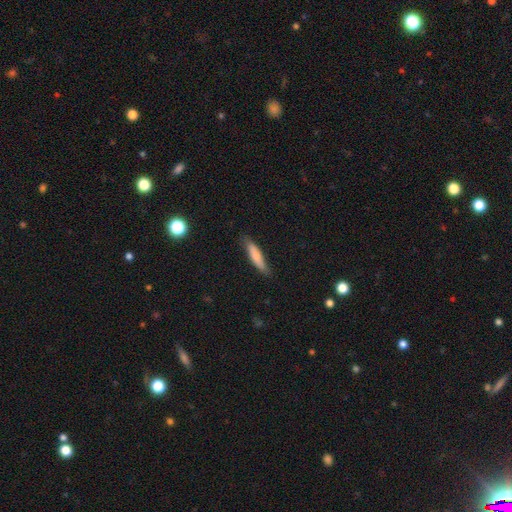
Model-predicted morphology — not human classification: Smooth or featured? smooth (76%)
How rounded? cigar-shaped (80%)
Merging? none (78%)